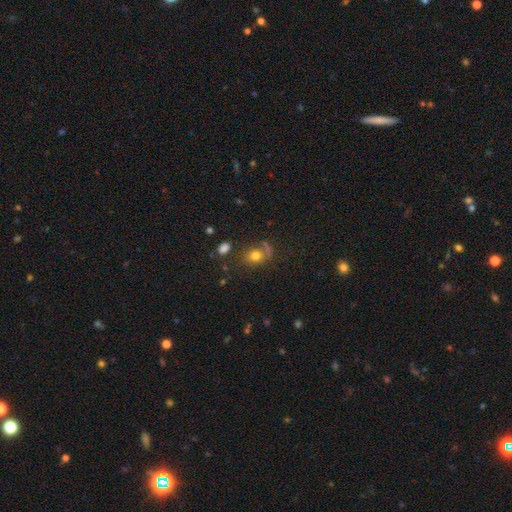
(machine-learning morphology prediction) Overall: smooth (71%). How rounded: round (57%; in between 41%). Merging: none (55%; minor disturbance 18%).